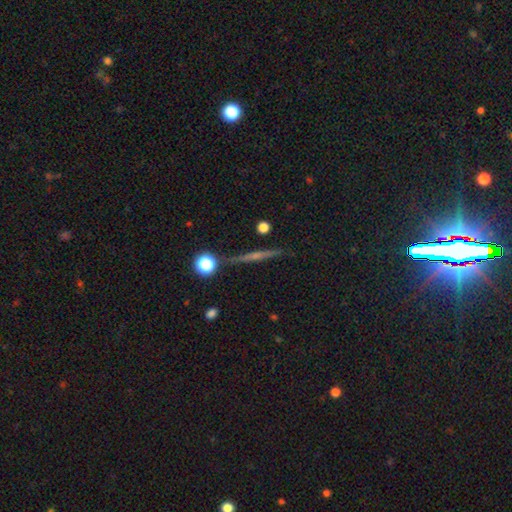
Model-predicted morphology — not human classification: A featured or disk galaxy (65%) viewed edge-on (97%) with a rounded central bulge (51%). Merging: none (89%).